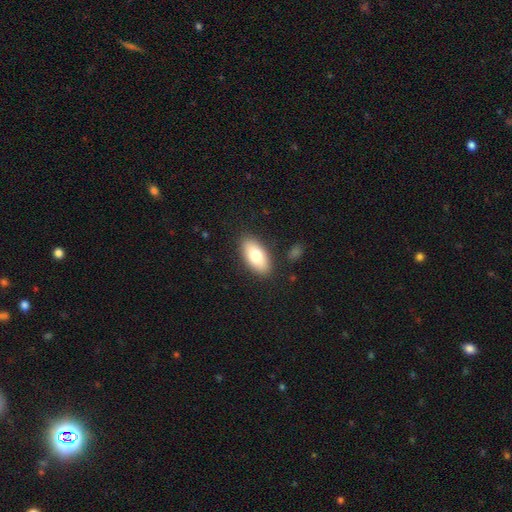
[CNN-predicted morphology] smooth_or_featured: smooth (p=0.76) [alt: featured or disk p=0.18]
how_rounded: in between (p=0.91) [alt: cigar-shaped p=0.05]
merging: none (p=0.87) [alt: minor disturbance p=0.09]